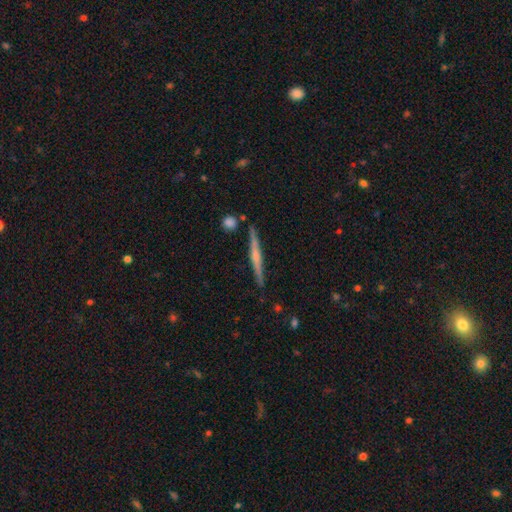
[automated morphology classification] The model was most divided on "edge-on bulge": rounded: 66%, none: 24%, boxy: 10%. More confident: edge-on disk — yes (98%); merging — none (89%); smooth or featured — featured or disk (70%).